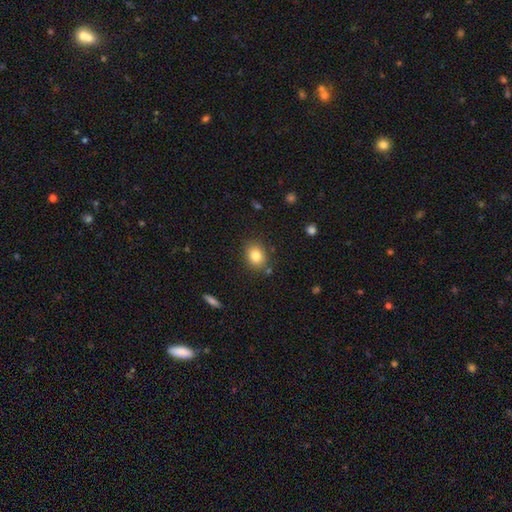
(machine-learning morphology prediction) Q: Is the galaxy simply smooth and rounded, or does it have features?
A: smooth — 81%.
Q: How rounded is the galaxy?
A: round — 51%.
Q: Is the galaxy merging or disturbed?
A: none — 83%.